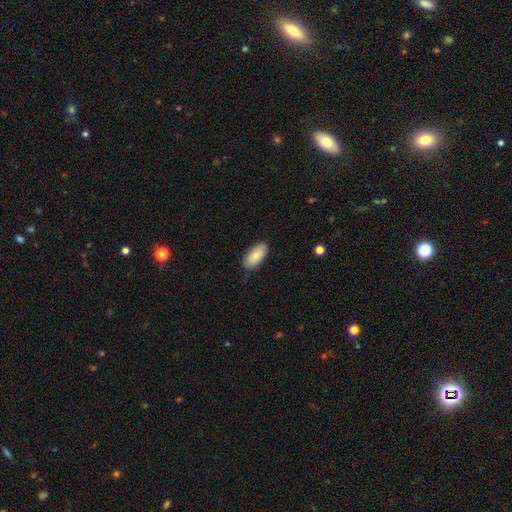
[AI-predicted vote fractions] Overall: smooth (82%). How rounded: in between (92%). Merging: none (83%).